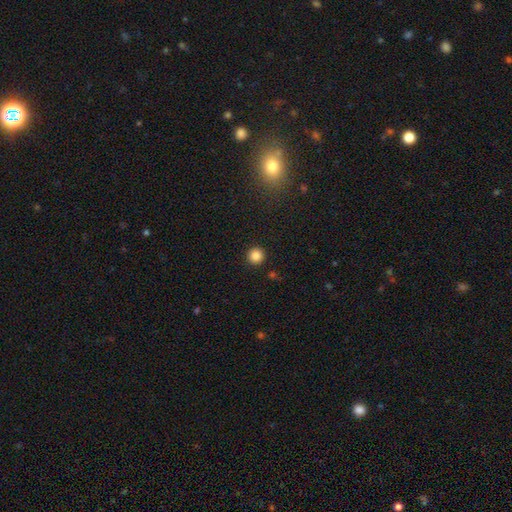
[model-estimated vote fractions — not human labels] This is clearly a smooth galaxy (85%). How rounded: clearly round (96%). Merging: clearly none (93%).